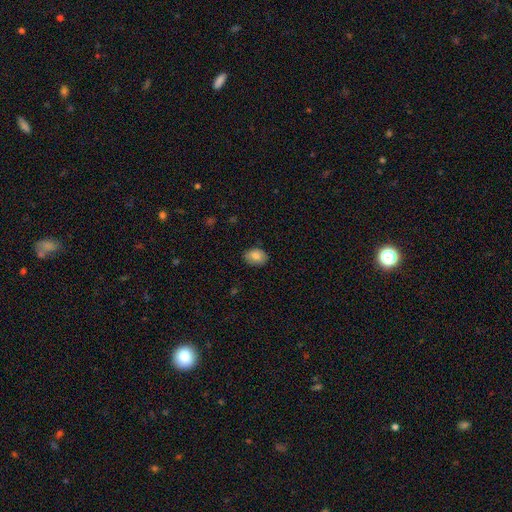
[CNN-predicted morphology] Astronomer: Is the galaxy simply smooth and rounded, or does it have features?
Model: smooth — 81%.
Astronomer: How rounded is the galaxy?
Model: in between — 75%.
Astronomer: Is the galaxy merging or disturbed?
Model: none — 85%.